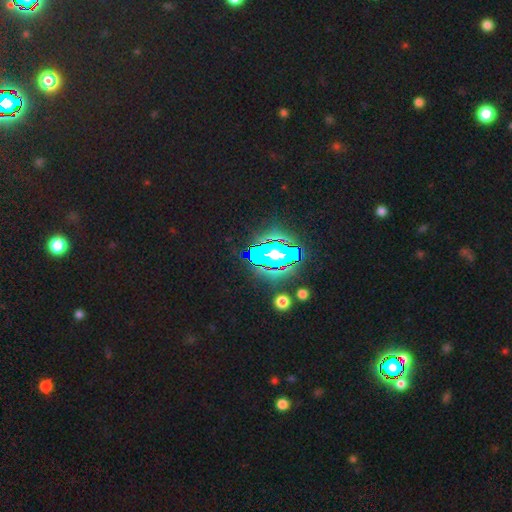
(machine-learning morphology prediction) The model was most divided on "smooth or featured": star or artifact: 65%, smooth: 17%, featured or disk: 17%.